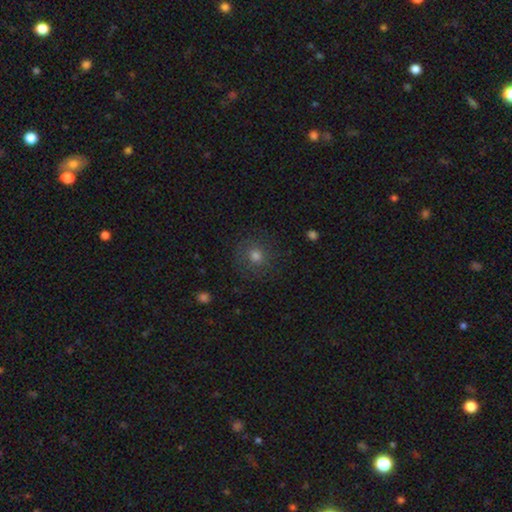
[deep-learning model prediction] This appears to be a smooth galaxy with no disk features (70%) that is round (89%). Merging: none (84%).